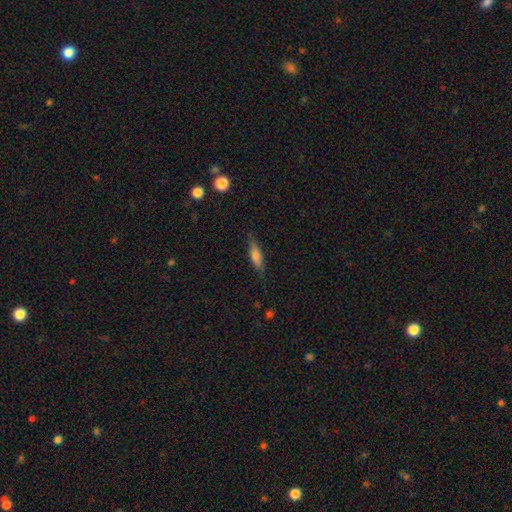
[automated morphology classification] Smooth or featured? smooth (65%)
How rounded? cigar-shaped (61%)
Merging? none (80%)